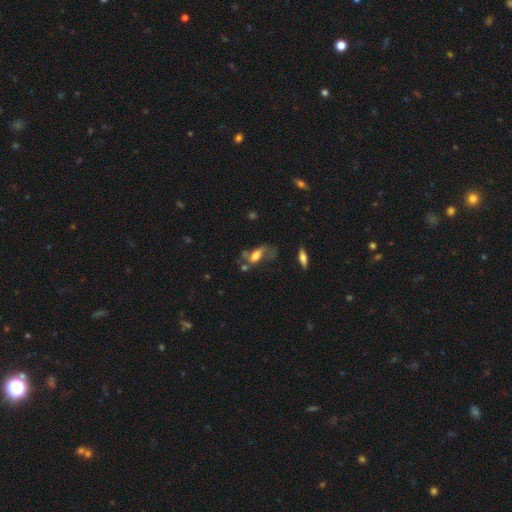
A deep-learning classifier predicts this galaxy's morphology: smooth_or_featured: smooth (p=0.46) [alt: featured or disk p=0.44]
merging: none (p=0.32) [tied with: major disturbance p=0.32]